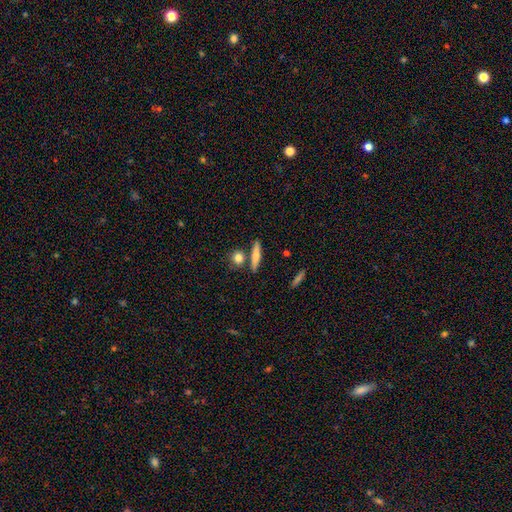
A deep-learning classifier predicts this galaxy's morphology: Smooth or featured: smooth — 69% (featured or disk — 24%)
How rounded: cigar-shaped — 68% (in between — 18%)
Merging: none — 77% (merger — 11%)